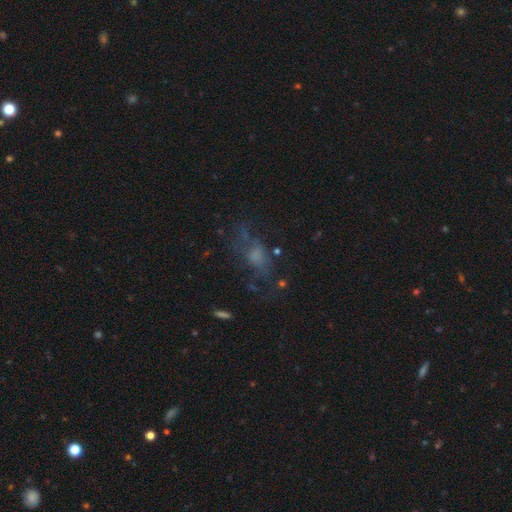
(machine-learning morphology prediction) Overall: smooth (41%; featured or disk 38%). Merging: none (49%; major disturbance 27%).